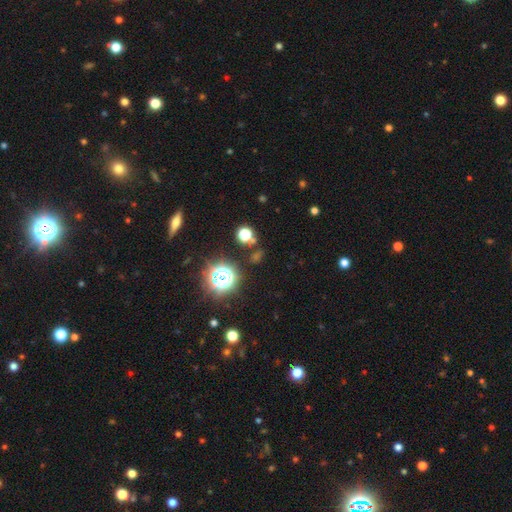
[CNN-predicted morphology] smooth_or_featured: star or artifact (p=0.64) [alt: smooth p=0.27]